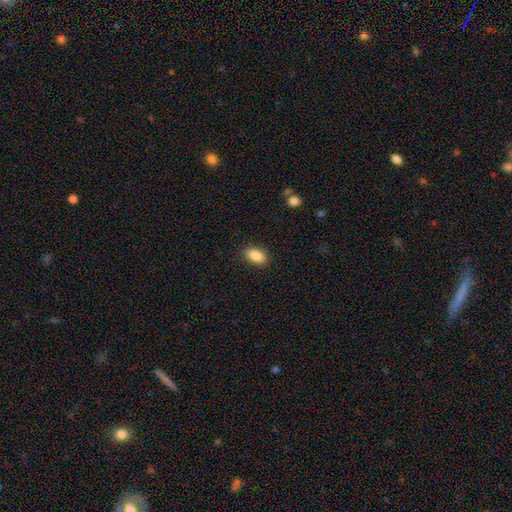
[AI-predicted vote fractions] Overall: smooth (87%). How rounded: in between (90%). Merging: none (88%).